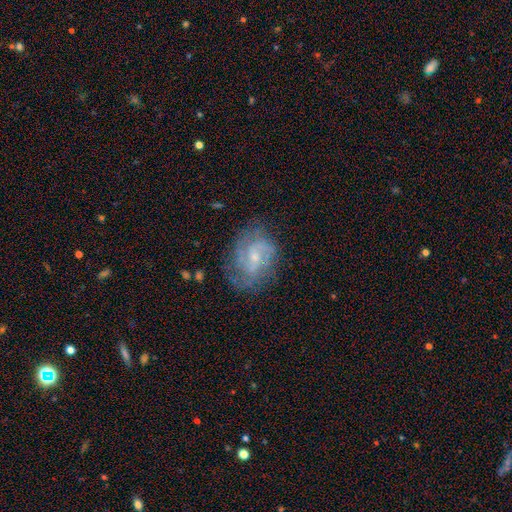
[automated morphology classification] Smooth or featured: featured or disk — 72% (smooth — 14%)
Edge-on disk: no — 97% (yes — 3%)
Bar: weak — 52% (no — 34%)
Spiral arms: yes — 93% (no — 7%)
Spiral winding: tight — 48% (medium — 40%)
Spiral arm count: 2 — 34% (can't tell — 29%)
Bulge size: small — 60% (moderate — 32%)
Merging: none — 75% (minor disturbance — 16%)